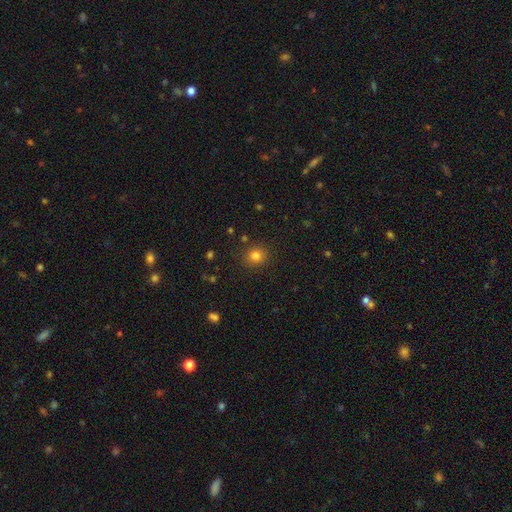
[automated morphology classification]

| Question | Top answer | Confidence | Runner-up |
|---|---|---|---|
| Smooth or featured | smooth | 80% | star or artifact (14%) |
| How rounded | round | 83% | in between (16%) |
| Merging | none | 88% | minor disturbance (7%) |